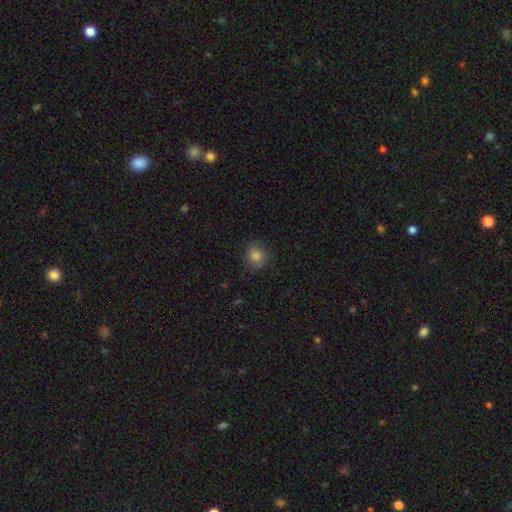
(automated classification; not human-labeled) smooth-or-featured: smooth: 82% | star or artifact: 12% | featured or disk: 5%
  how-rounded: round: 82% | in between: 17% | cigar-shaped: 1%
  merging: none: 83% | minor disturbance: 13% | major disturbance: 3% | merger: 1%